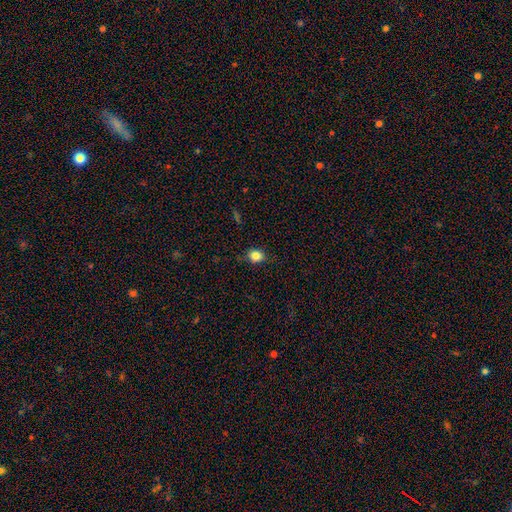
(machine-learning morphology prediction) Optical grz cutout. It shows a smooth galaxy with no disk features (82%) that is round (69%). Merging: none (81%).